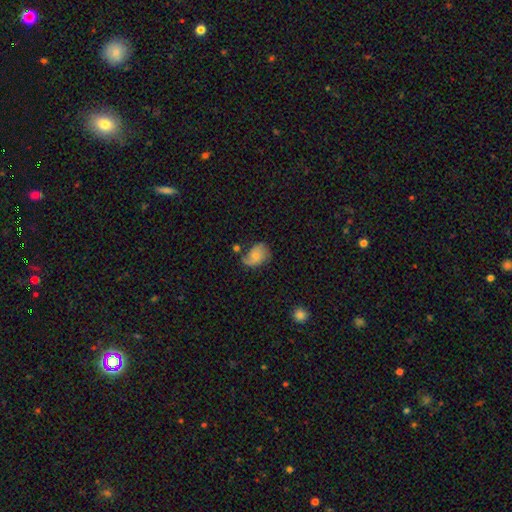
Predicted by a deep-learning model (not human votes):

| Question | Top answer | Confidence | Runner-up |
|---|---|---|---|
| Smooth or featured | featured or disk | 51% | smooth (40%) |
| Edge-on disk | no | 97% | yes (3%) |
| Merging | none | 41% | minor disturbance (30%) |